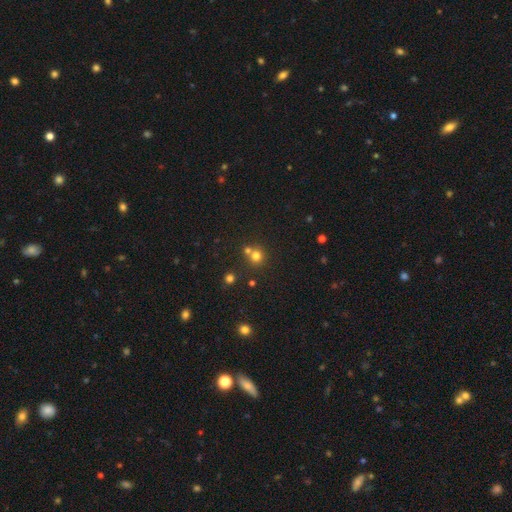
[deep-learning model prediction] Smooth or featured? Predicted: smooth (p=0.73). How rounded? Predicted: round (p=0.90). Merging? Predicted: none (p=0.59).